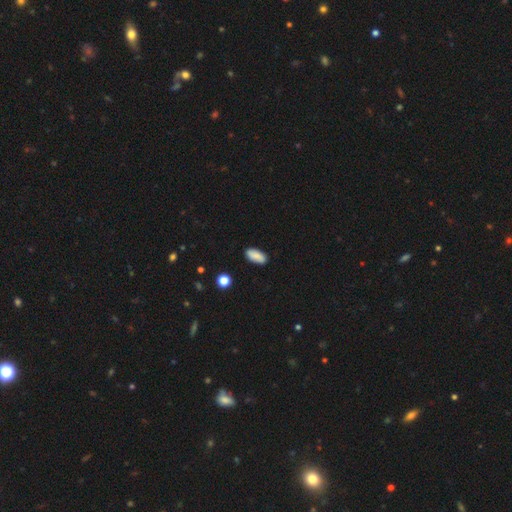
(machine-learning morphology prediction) This is clearly a smooth galaxy (83%). How rounded: clearly in between (90%). Merging: clearly none (86%).